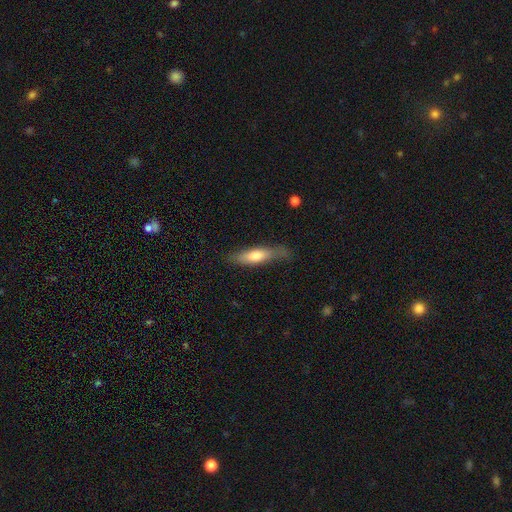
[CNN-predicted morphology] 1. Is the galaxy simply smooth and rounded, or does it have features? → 66% smooth, 29% featured or disk, 6% star or artifact.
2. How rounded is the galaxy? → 63% cigar-shaped, 35% in between, 2% round.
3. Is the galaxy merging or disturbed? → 68% none, 23% minor disturbance, 7% major disturbance, 2% merger.